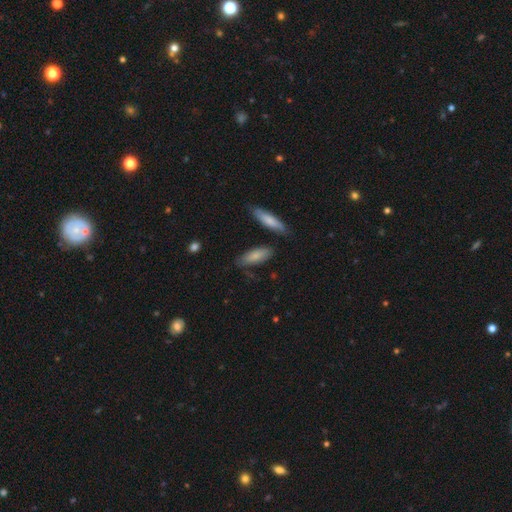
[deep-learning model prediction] Smooth or featured: smooth — 78% (featured or disk — 16%)
How rounded: in between — 60% (cigar-shaped — 38%)
Merging: none — 72% (minor disturbance — 18%)